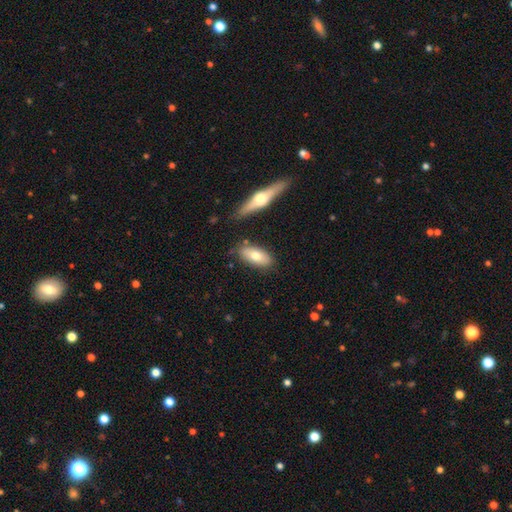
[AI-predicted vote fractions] smooth_or_featured: smooth (p=0.70) [alt: featured or disk p=0.23]
how_rounded: in between (p=0.84) [alt: cigar-shaped p=0.13]
merging: none (p=0.79) [alt: minor disturbance p=0.13]